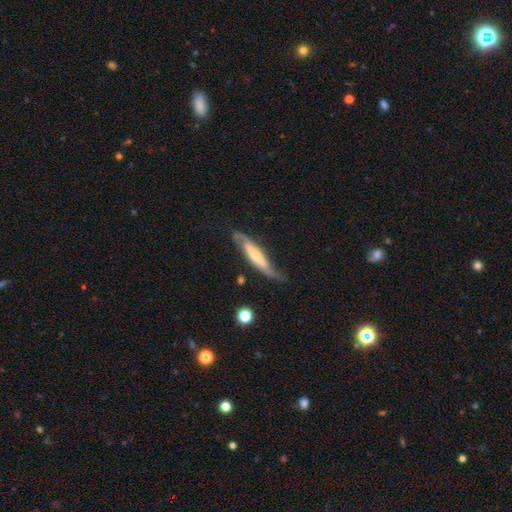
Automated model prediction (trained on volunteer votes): smooth-or-featured: featured or disk: 68% | smooth: 27% | star or artifact: 5%
  disk-edge-on: no: 57% | yes: 43%
  merging: none: 61% | minor disturbance: 25% | major disturbance: 12% | merger: 3%